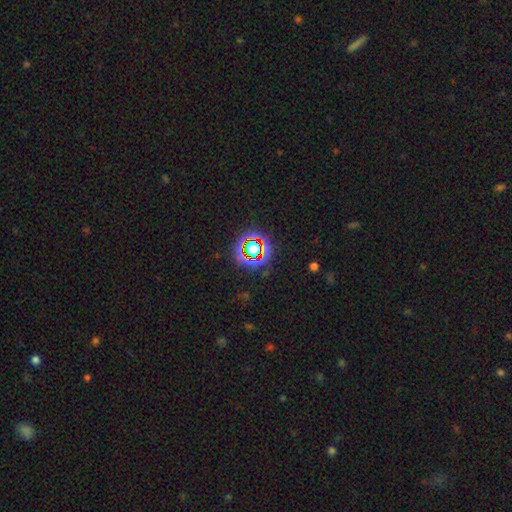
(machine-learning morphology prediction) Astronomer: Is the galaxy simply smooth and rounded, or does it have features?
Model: star or artifact — 74%.